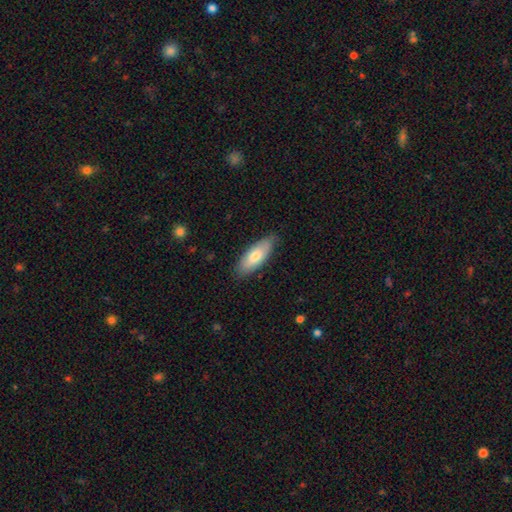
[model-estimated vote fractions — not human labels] Q: Smooth or featured?
A: smooth (73%); runner-up: featured or disk (22%)
Q: How rounded?
A: in between (76%); runner-up: cigar-shaped (22%)
Q: Merging?
A: none (82%); runner-up: minor disturbance (15%)